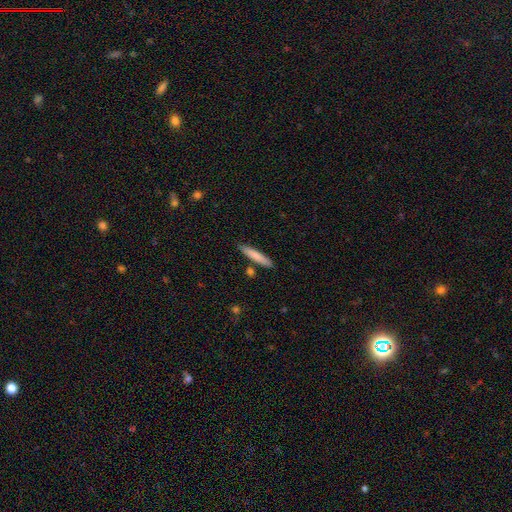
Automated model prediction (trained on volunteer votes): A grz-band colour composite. It shows a smooth galaxy with no disk features (79%) that is cigar-shaped (91%). Merging: none (85%).